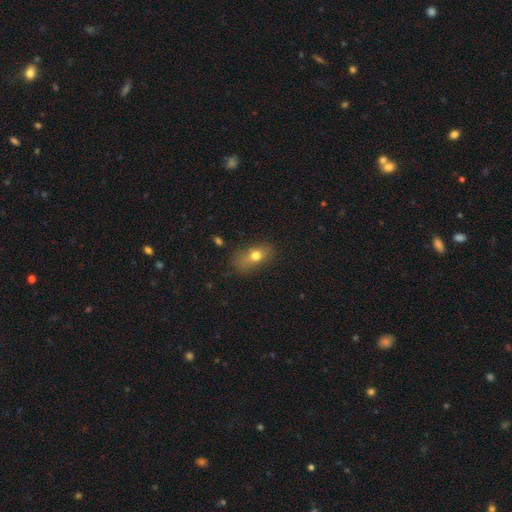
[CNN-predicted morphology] Overall: smooth (71%). How rounded: in between (77%). Merging: none (63%).